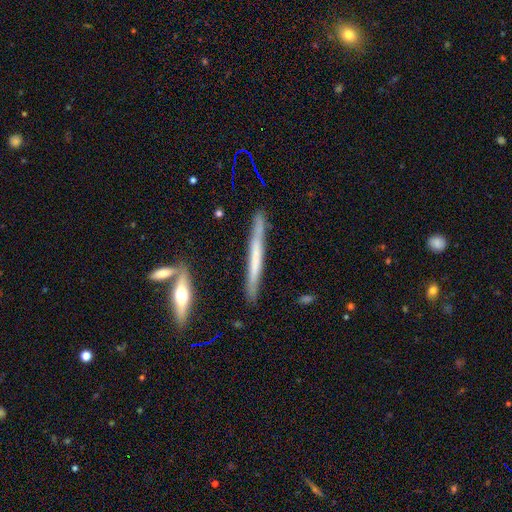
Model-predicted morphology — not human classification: A featured or disk galaxy (53%) viewed edge-on (95%) with no central bulge (74%). Merging: none (84%).